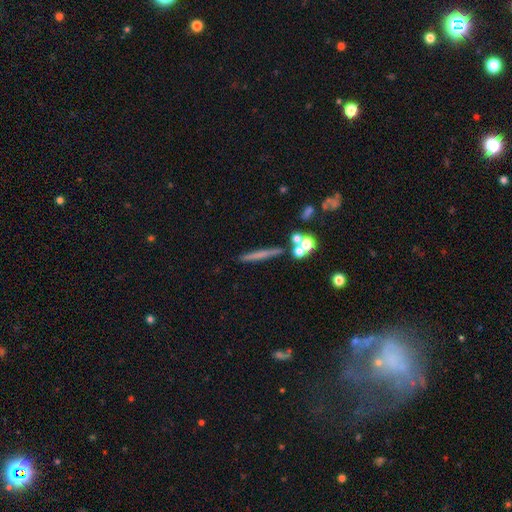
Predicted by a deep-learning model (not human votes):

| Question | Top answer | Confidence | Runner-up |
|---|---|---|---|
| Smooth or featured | smooth | 49% | featured or disk (37%) |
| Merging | none | 79% | minor disturbance (9%) |